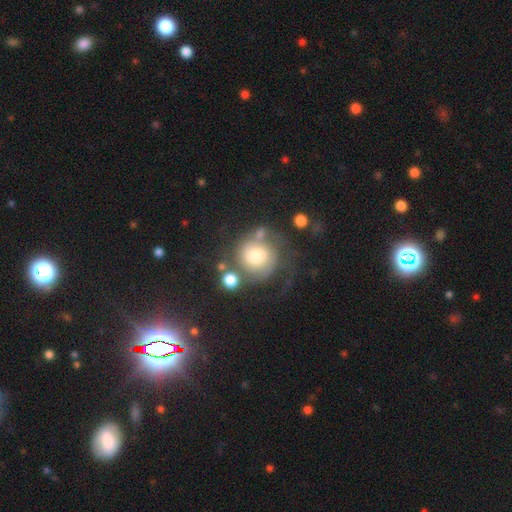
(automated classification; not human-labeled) Smooth or featured? featured or disk (52%)
Edge-on disk? no (97%)
Bar? no (73%)
Spiral arms? yes (82%)
Bulge size? moderate (55%)
Merging? none (51%)